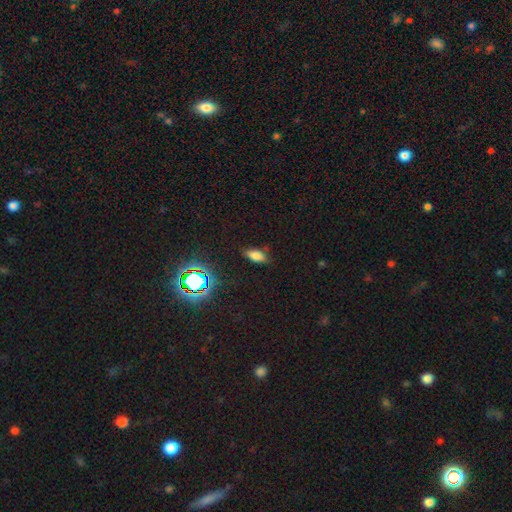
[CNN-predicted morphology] A smooth galaxy with no disk features (72%) that is in between round and cigar-shaped (81%). Merging: none (78%).